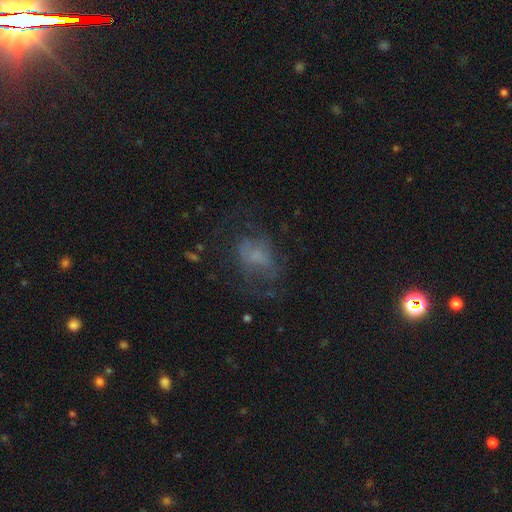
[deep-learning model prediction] This appears to be a featured or disk galaxy (43%). Merging: none (46%).